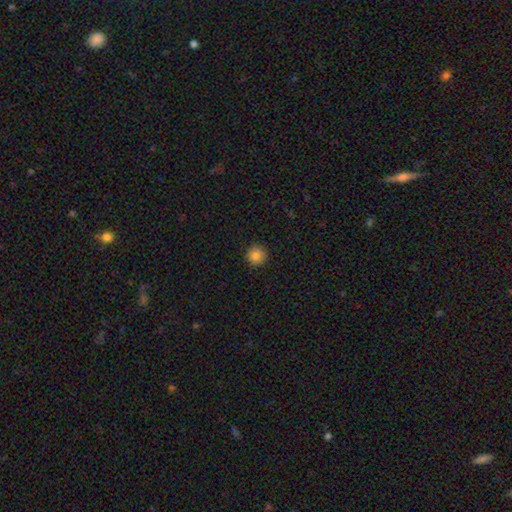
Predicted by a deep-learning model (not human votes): Smooth or featured?
  - smooth: 85% *
  - star or artifact: 11%
  - featured or disk: 5%
How rounded?
  - round: 95% *
  - in between: 4%
  - cigar-shaped: 1%
Merging?
  - none: 92% *
  - minor disturbance: 6%
  - major disturbance: 2%
  - merger: 1%